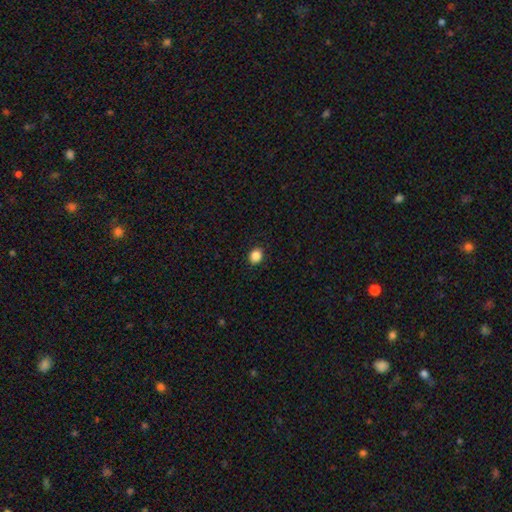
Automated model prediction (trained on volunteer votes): smooth_or_featured: smooth (p=0.87) [alt: star or artifact p=0.10]
how_rounded: round (p=0.63) [alt: in between p=0.36]
merging: none (p=0.91) [alt: minor disturbance p=0.06]